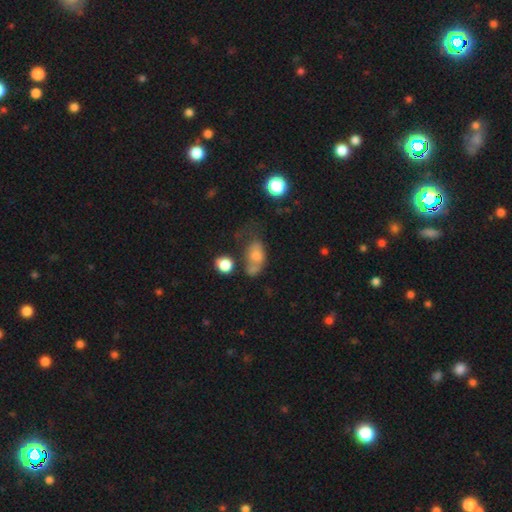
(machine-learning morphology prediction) This is likely a smooth galaxy (63%). How rounded: likely in between (79%). Merging: marginally none (29%).